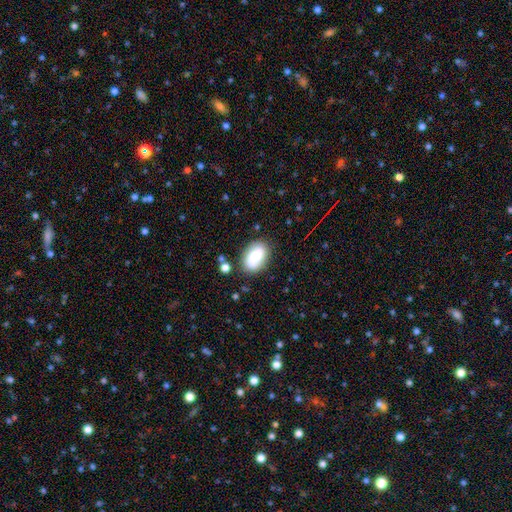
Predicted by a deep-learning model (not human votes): Smooth or featured?
  - smooth: 76% *
  - featured or disk: 16%
  - star or artifact: 8%
How rounded?
  - in between: 88% *
  - round: 10%
  - cigar-shaped: 1%
Merging?
  - none: 76% *
  - minor disturbance: 15%
  - merger: 4%
  - major disturbance: 4%